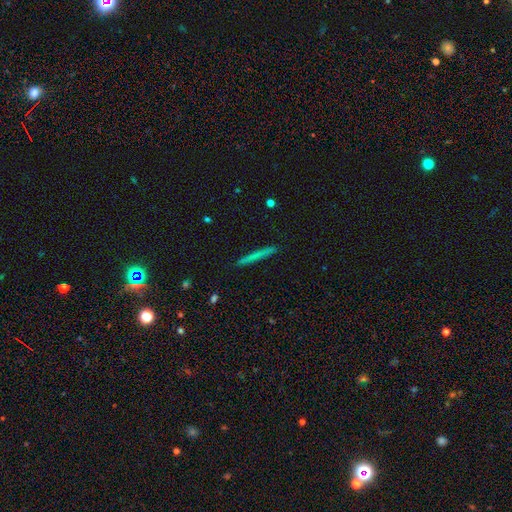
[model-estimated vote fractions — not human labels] Overall: smooth (64%; featured or disk 29%). How rounded: cigar-shaped (97%). Merging: none (91%).